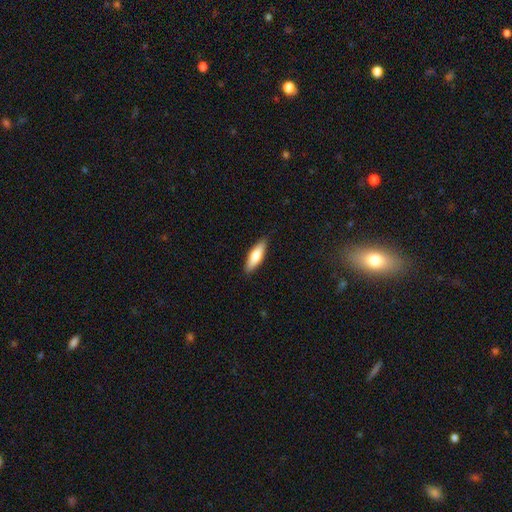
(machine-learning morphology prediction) This appears to be a smooth galaxy with no disk features (72%) that is cigar-shaped (52%). Merging: none (88%).